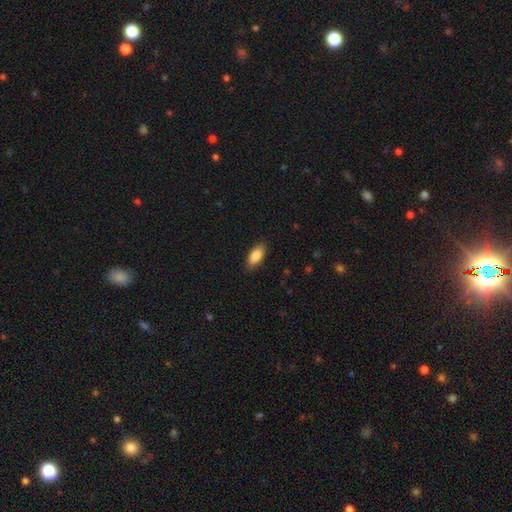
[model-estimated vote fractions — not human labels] Morphology: type=smooth (86%); roundness=in between (88%); merging=none (86%).